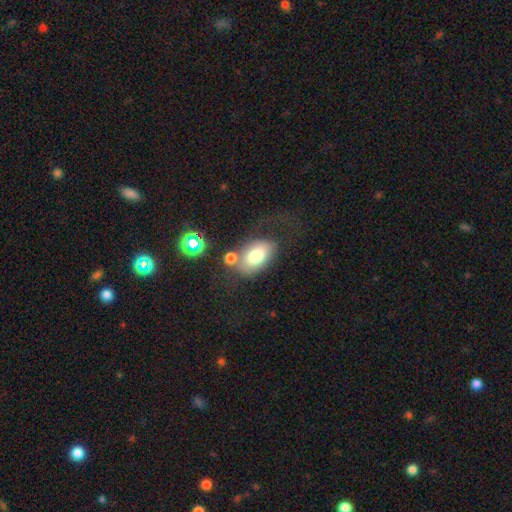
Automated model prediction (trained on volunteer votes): Smooth or featured: smooth — 72% (featured or disk — 18%)
How rounded: in between — 88% (round — 10%)
Merging: none — 51% (minor disturbance — 19%)